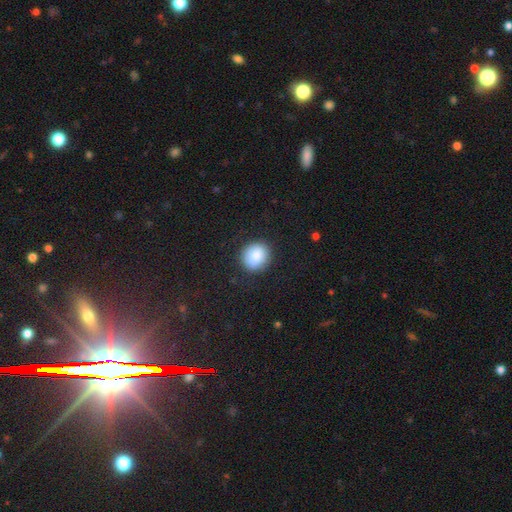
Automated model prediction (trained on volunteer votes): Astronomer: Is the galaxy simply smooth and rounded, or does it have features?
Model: smooth — 86%.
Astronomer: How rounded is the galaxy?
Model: round — 79%.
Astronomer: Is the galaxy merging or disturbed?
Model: none — 85%.